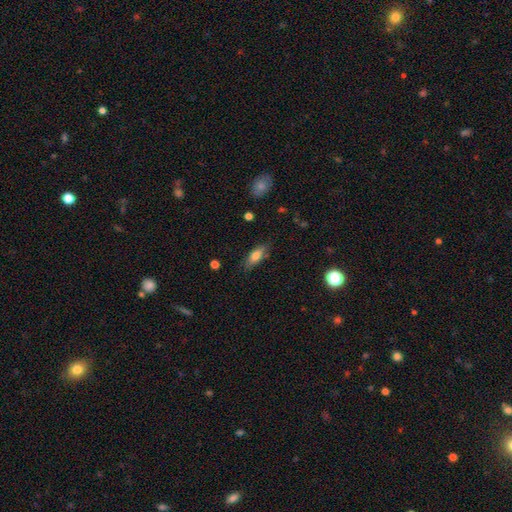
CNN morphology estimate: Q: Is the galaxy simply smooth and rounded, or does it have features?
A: smooth — 70%.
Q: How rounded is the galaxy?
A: in between — 68%.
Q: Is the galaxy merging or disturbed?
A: none — 80%.